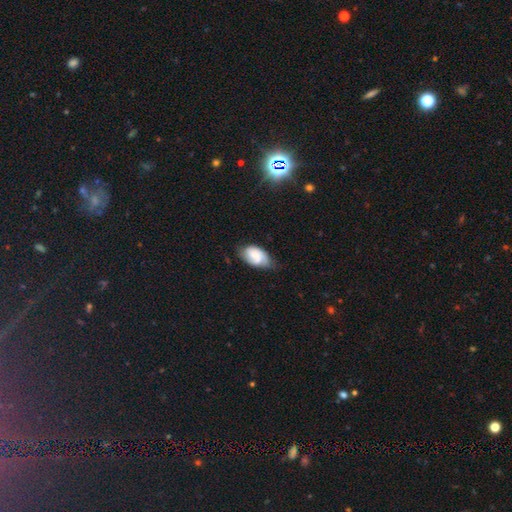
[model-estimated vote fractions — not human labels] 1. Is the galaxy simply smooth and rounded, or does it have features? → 47% featured or disk, 45% smooth, 8% star or artifact.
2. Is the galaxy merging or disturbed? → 56% none, 33% minor disturbance, 9% major disturbance, 2% merger.